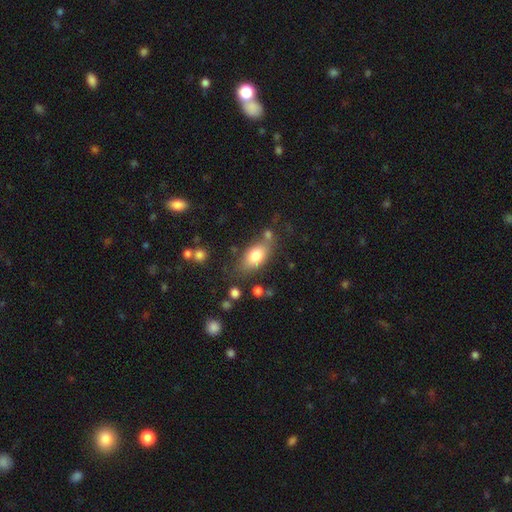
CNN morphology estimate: Smooth or featured? Predicted: smooth (p=0.77). How rounded? Predicted: in between (p=0.84). Merging? Predicted: none (p=0.65).